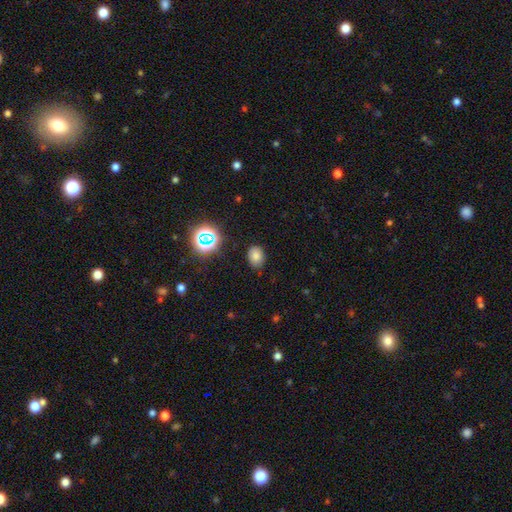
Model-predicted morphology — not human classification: A smooth galaxy with no disk features (76%) that is in between round and cigar-shaped (61%).

Vote fractions:
- Smooth or featured? smooth: 76% / star or artifact: 17% / featured or disk: 7%
- How rounded? in between: 61% / round: 38% / cigar-shaped: 1%
- Merging? none: 83% / minor disturbance: 12% / major disturbance: 3% / merger: 2%